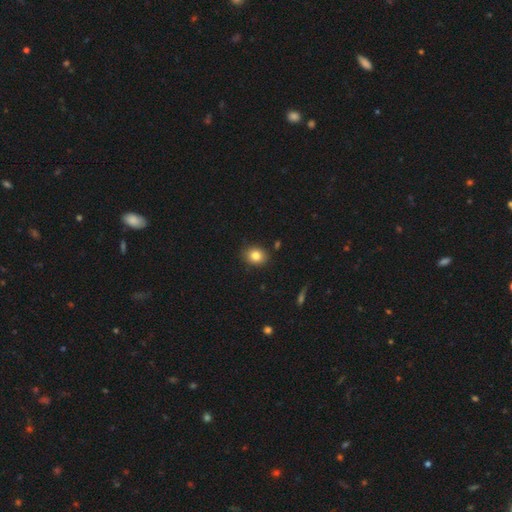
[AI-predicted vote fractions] Smooth or featured: smooth — 83% (star or artifact — 10%)
How rounded: round — 57% (in between — 42%)
Merging: none — 87% (minor disturbance — 9%)